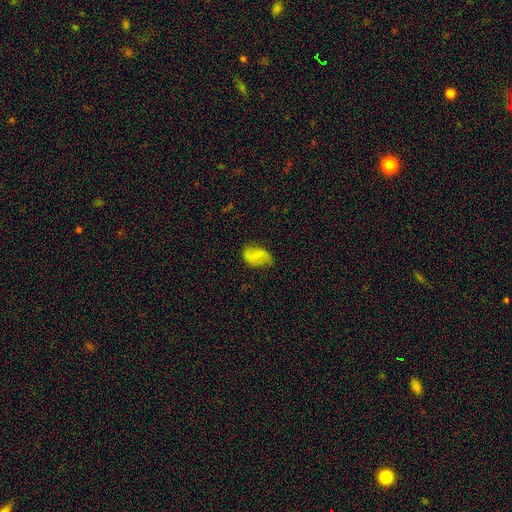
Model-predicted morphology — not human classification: Smooth or featured: featured or disk — 48% (smooth — 44%)
Merging: none — 67% (minor disturbance — 24%)